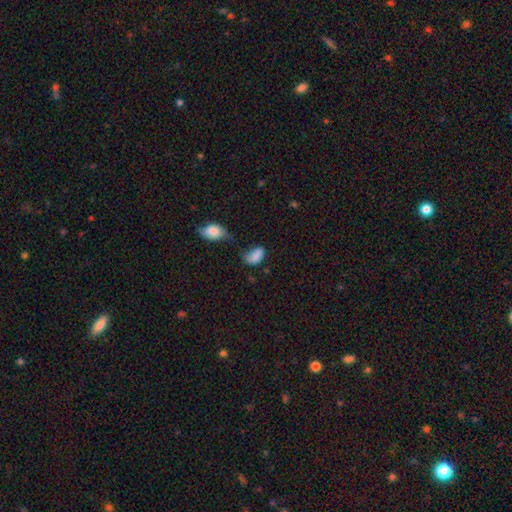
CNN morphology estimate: smooth 82%, star or artifact 10%, featured or disk 9%. Down the decision tree: how rounded — in between (91%); merging — none (38%).